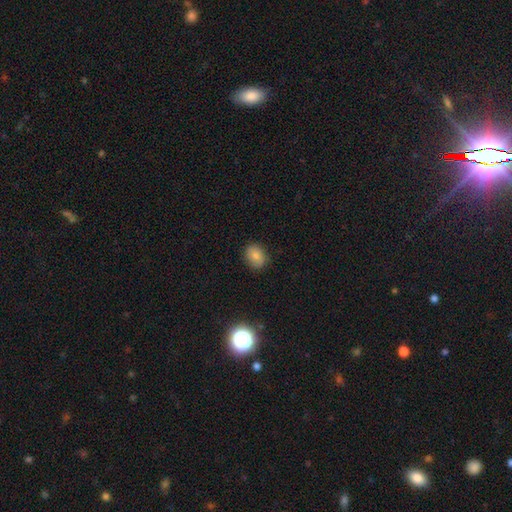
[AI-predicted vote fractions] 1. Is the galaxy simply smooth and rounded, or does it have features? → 80% smooth, 11% star or artifact, 10% featured or disk.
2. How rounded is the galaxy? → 50% in between, 49% round, 1% cigar-shaped.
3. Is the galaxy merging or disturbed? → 87% none, 10% minor disturbance, 2% major disturbance, 1% merger.